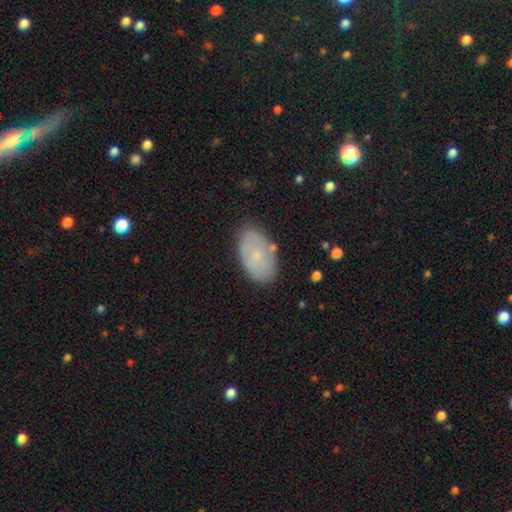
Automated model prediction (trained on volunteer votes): Smooth or featured? Predicted: smooth (p=0.62). How rounded? Predicted: in between (p=0.93). Merging? Predicted: none (p=0.81).